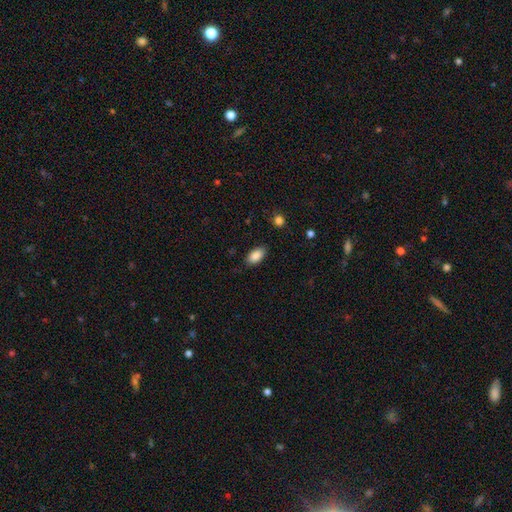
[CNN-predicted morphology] Smooth or featured? smooth (88%)
How rounded? in between (93%)
Merging? none (85%)